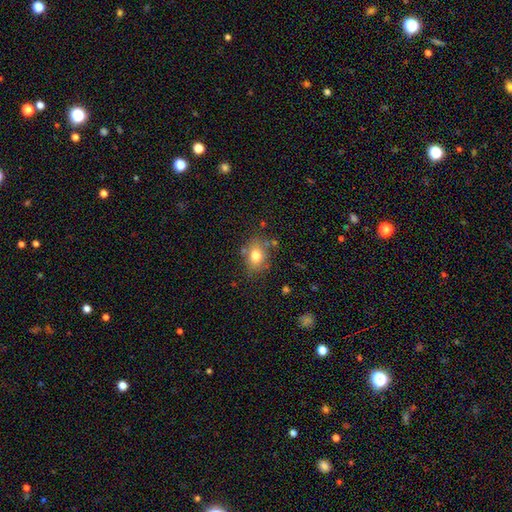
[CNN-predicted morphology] Smooth or featured? Predicted: smooth (p=0.77). How rounded? Predicted: in between (p=0.62). Merging? Predicted: none (p=0.72).